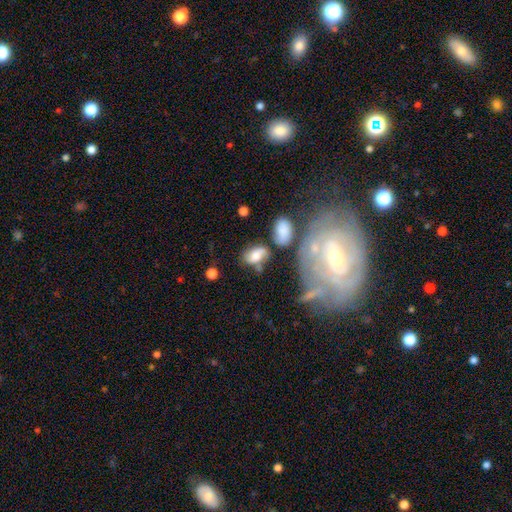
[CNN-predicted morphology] Smooth or featured: smooth — 63% (featured or disk — 27%)
How rounded: in between — 85% (round — 13%)
Merging: none — 48% (minor disturbance — 23%)